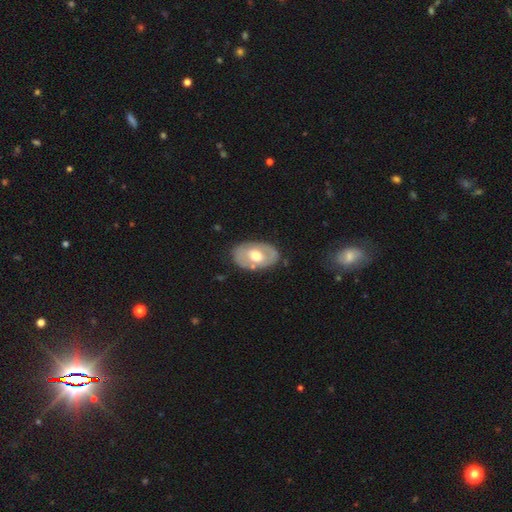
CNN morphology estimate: smooth-or-featured: featured or disk: 51% | smooth: 43% | star or artifact: 5%
  disk-edge-on: no: 91% | yes: 9%
  merging: none: 77% | minor disturbance: 15% | major disturbance: 4% | merger: 3%